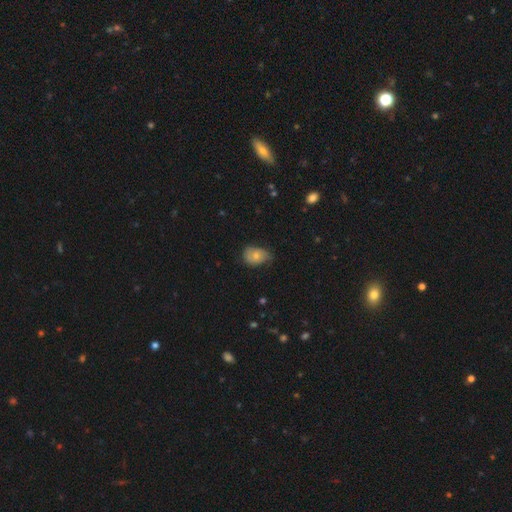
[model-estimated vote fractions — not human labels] A smooth galaxy with no disk features (68%) that is in between round and cigar-shaped (73%). Merging: none (47%).